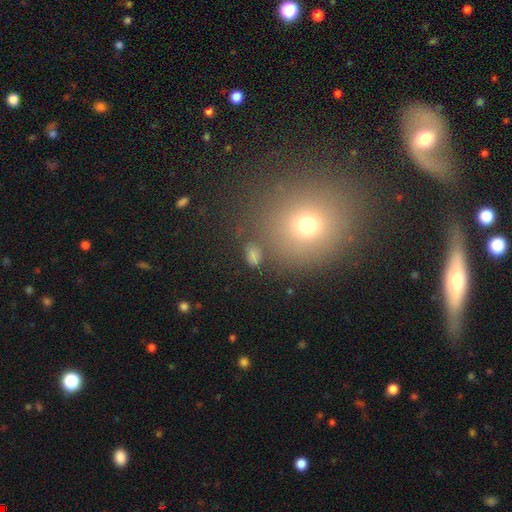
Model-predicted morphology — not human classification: Q: Smooth or featured?
A: smooth (68%); runner-up: star or artifact (21%)
Q: How rounded?
A: in between (63%); runner-up: round (34%)
Q: Merging?
A: none (75%); runner-up: minor disturbance (11%)